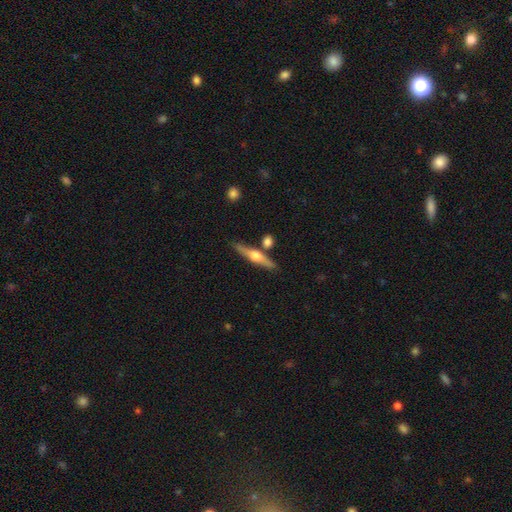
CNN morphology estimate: Q: Smooth or featured?
A: featured or disk (68%); runner-up: smooth (27%)
Q: Edge-on disk?
A: yes (96%); runner-up: no (4%)
Q: Edge-on bulge?
A: rounded (93%); runner-up: boxy (4%)
Q: Merging?
A: none (78%); runner-up: merger (10%)